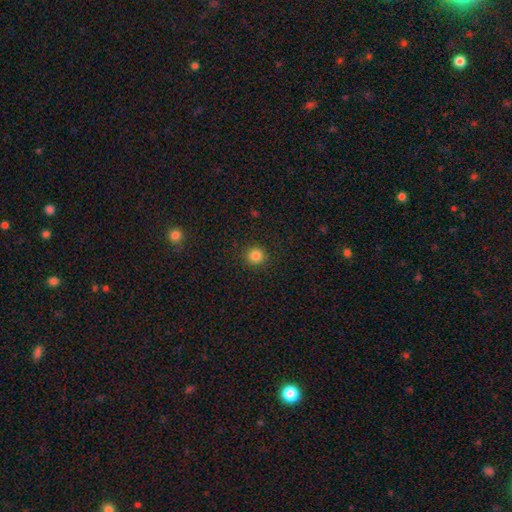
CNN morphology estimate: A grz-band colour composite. It shows a smooth galaxy with no disk features (84%) that is round (93%). Merging: none (91%).